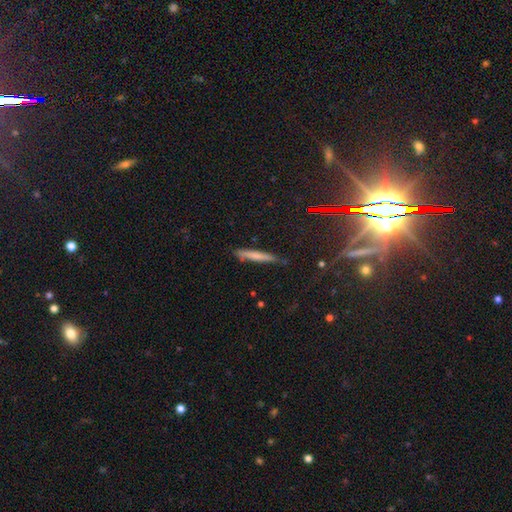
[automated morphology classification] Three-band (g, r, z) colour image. It shows a smooth galaxy with no disk features (66%) that is cigar-shaped (94%). Merging: none (79%).